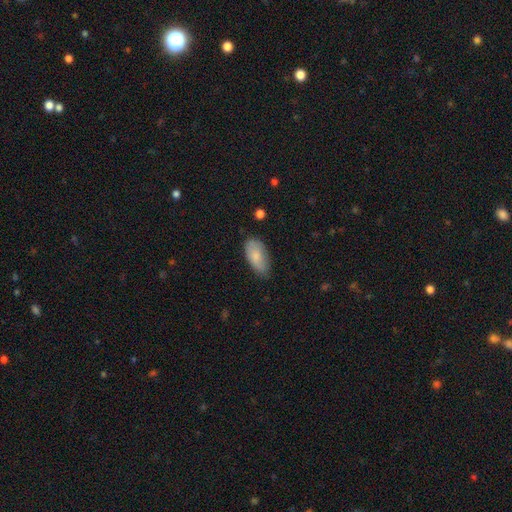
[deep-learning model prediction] Smooth or featured: smooth — 80% (featured or disk — 14%)
How rounded: in between — 92% (cigar-shaped — 6%)
Merging: none — 71% (minor disturbance — 23%)